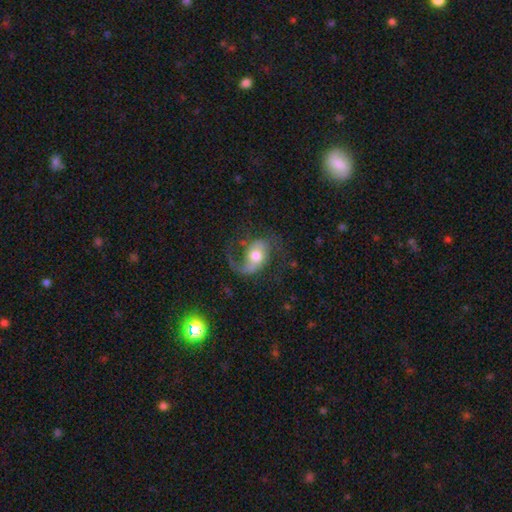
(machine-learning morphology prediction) type=featured or disk (78%); edge-on=no (97%); bar=no (49%); spiral arms=yes (93%); winding=loose (56%); arm count=2 (62%); bulge=moderate (66%); merging=none (55%).